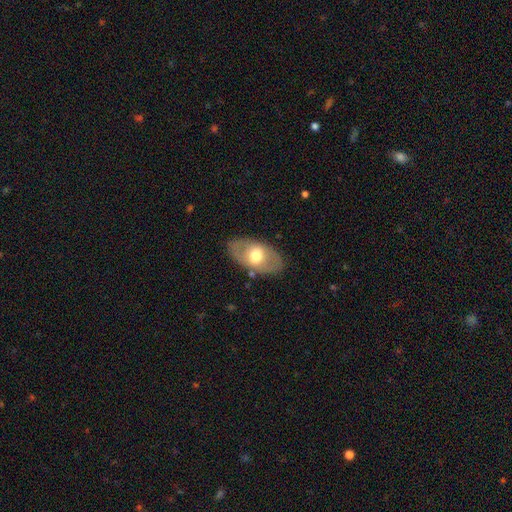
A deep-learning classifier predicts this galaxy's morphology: This is possibly a smooth galaxy (48%). Merging: clearly none (82%).